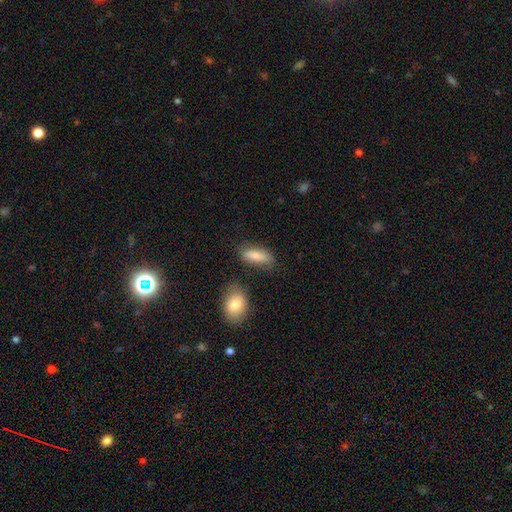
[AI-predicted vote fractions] Smooth or featured? Predicted: smooth (p=0.78). How rounded? Predicted: in between (p=0.69). Merging? Predicted: none (p=0.71).